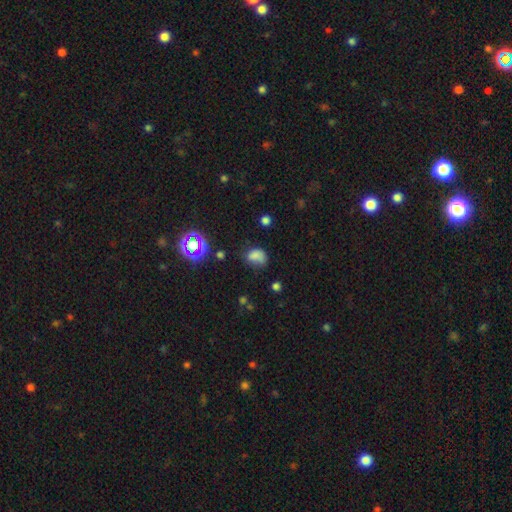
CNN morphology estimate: smooth_or_featured: smooth (p=0.71) [alt: star or artifact p=0.19]
how_rounded: in between (p=0.65) [alt: round p=0.34]
merging: none (p=0.46) [alt: minor disturbance p=0.32]